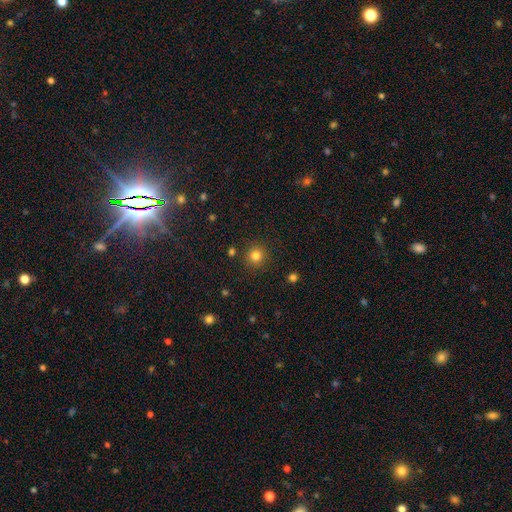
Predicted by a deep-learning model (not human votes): Q: Smooth or featured?
A: smooth (81%); runner-up: star or artifact (13%)
Q: How rounded?
A: round (94%); runner-up: in between (5%)
Q: Merging?
A: none (89%); runner-up: minor disturbance (6%)